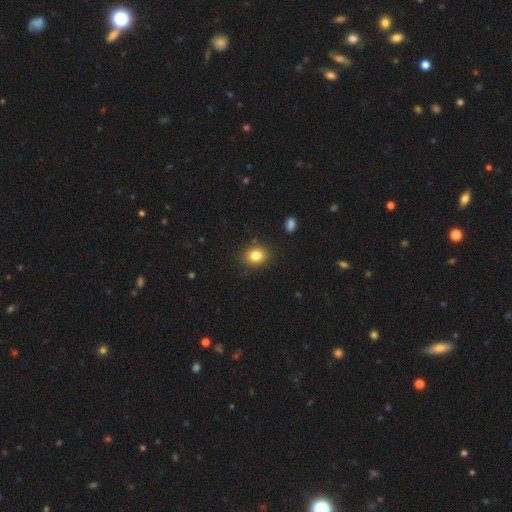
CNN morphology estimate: A smooth galaxy with no disk features (83%) that is round (52%).

Vote fractions:
- Smooth or featured? smooth: 83% / star or artifact: 10% / featured or disk: 7%
- How rounded? round: 52% / in between: 47% / cigar-shaped: 1%
- Merging? none: 86% / minor disturbance: 10% / major disturbance: 3% / merger: 2%